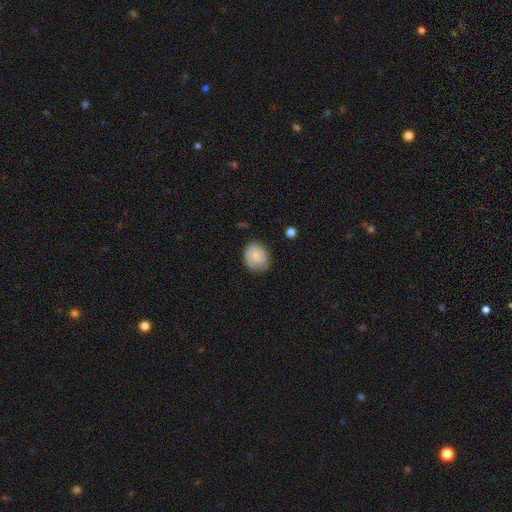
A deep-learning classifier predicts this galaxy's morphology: This is likely a smooth galaxy (65%). How rounded: possibly round (50%). Merging: likely none (69%).